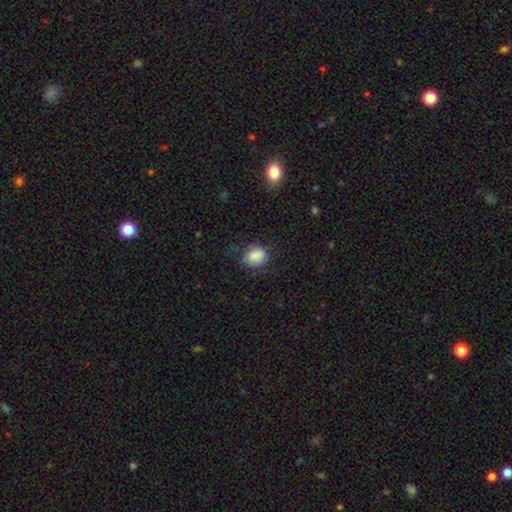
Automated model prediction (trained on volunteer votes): Q: Smooth or featured?
A: smooth (84%); runner-up: star or artifact (8%)
Q: How rounded?
A: in between (51%); runner-up: round (48%)
Q: Merging?
A: none (64%); runner-up: minor disturbance (23%)